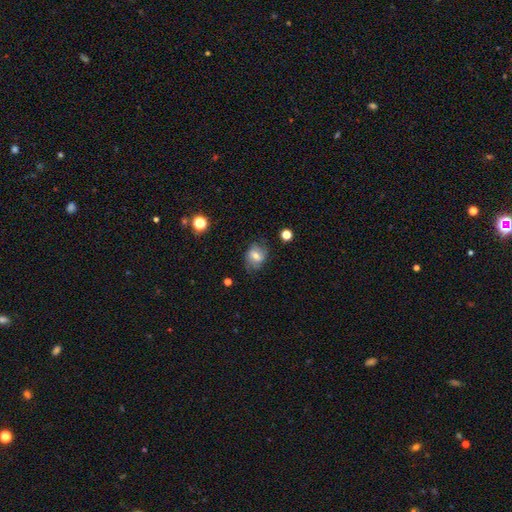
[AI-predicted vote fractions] Smooth or featured? smooth (56%)
How rounded? round (53%)
Merging? none (68%)